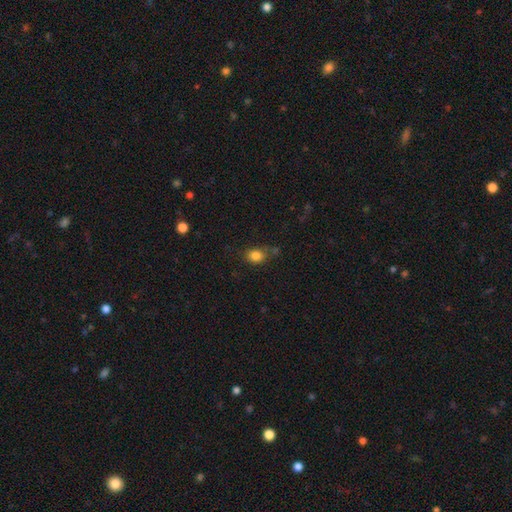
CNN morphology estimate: Smooth or featured? Predicted: smooth (p=0.83). How rounded? Predicted: in between (p=0.53). Merging? Predicted: none (p=0.66).